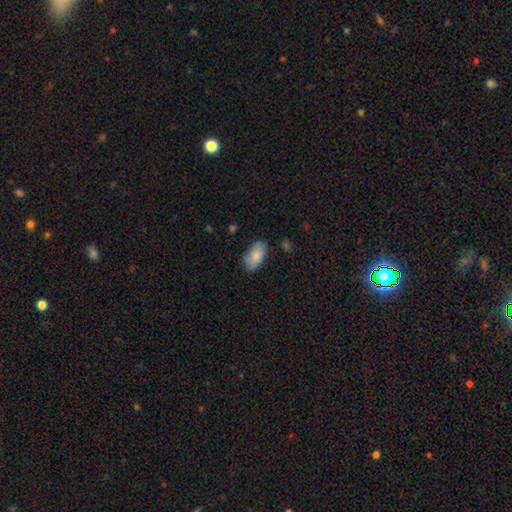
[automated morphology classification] smooth 84%, featured or disk 9%, star or artifact 7%. Down the decision tree: how rounded — in between (94%); merging — none (80%).